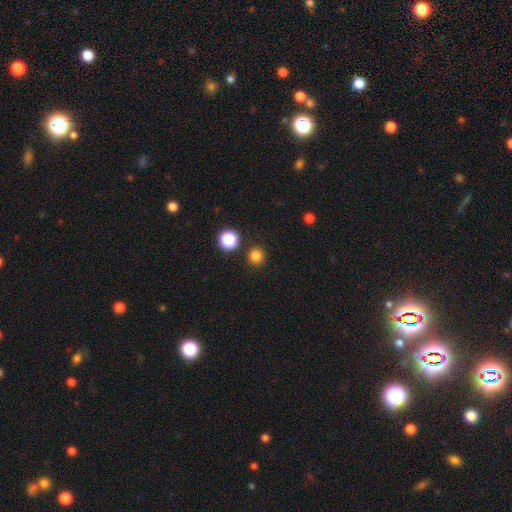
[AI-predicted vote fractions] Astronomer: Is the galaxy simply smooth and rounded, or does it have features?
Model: smooth — 81%.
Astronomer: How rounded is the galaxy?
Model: round — 92%.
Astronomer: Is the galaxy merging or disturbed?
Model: none — 90%.